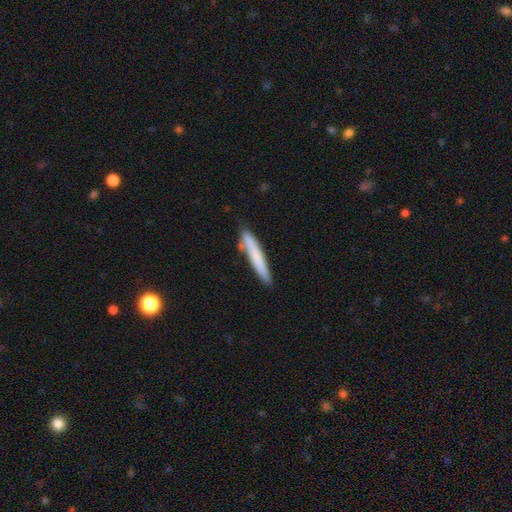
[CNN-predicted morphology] smooth-or-featured: smooth: 71% | featured or disk: 23% | star or artifact: 6%
  how-rounded: cigar-shaped: 95% | in between: 4% | round: 1%
  merging: none: 81% | minor disturbance: 13% | merger: 4% | major disturbance: 2%